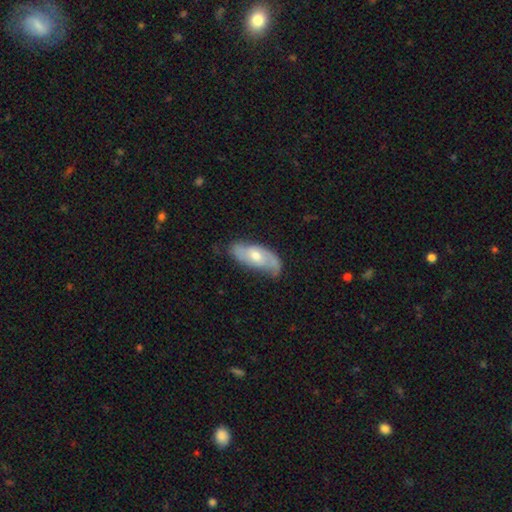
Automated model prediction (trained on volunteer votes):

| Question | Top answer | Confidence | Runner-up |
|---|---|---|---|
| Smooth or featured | featured or disk | 60% | smooth (34%) |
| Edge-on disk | no | 86% | yes (14%) |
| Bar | no | 66% | weak (28%) |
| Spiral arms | yes | 80% | no (20%) |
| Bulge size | moderate | 62% | small (31%) |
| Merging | none | 63% | minor disturbance (26%) |